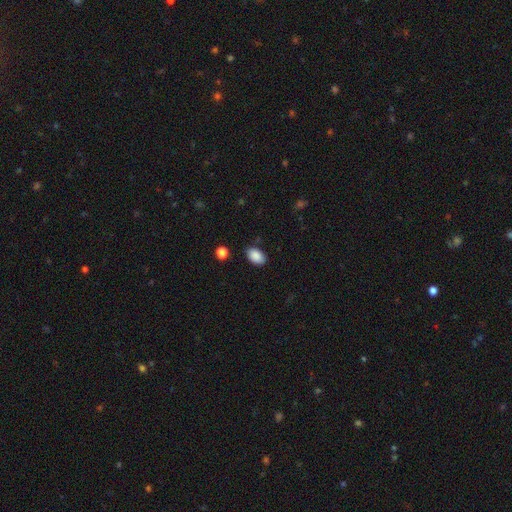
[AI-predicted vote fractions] The model was most divided on "merging": none: 85%, minor disturbance: 11%, major disturbance: 3%, merger: 2%. More confident: how rounded — in between (91%); smooth or featured — smooth (89%).